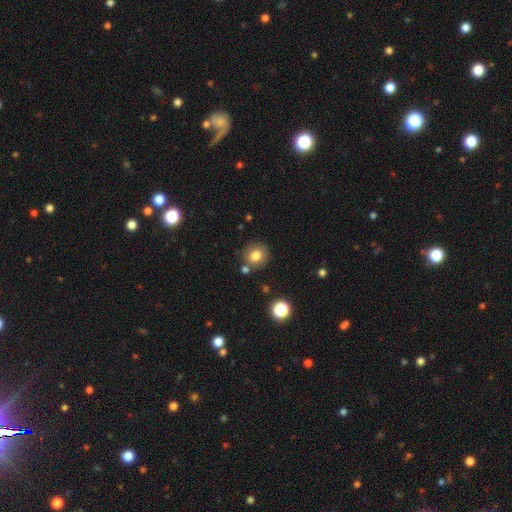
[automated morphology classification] Smooth or featured: smooth — 79% (star or artifact — 11%)
How rounded: round — 80% (in between — 19%)
Merging: none — 76% (minor disturbance — 11%)